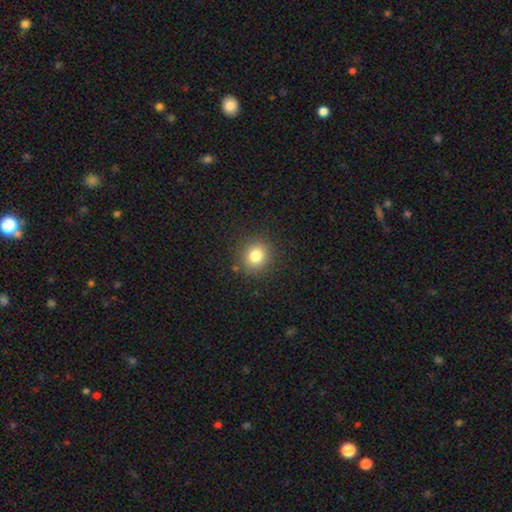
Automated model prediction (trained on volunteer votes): A smooth galaxy with no disk features (81%) that is round (84%). Merging: none (88%).